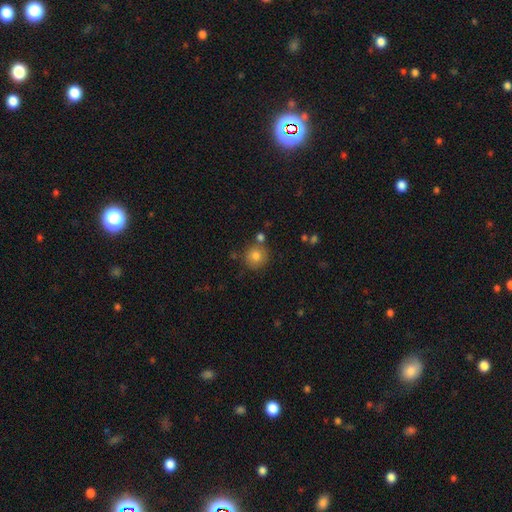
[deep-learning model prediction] Overall: smooth (81%). How rounded: round (92%). Merging: none (76%).